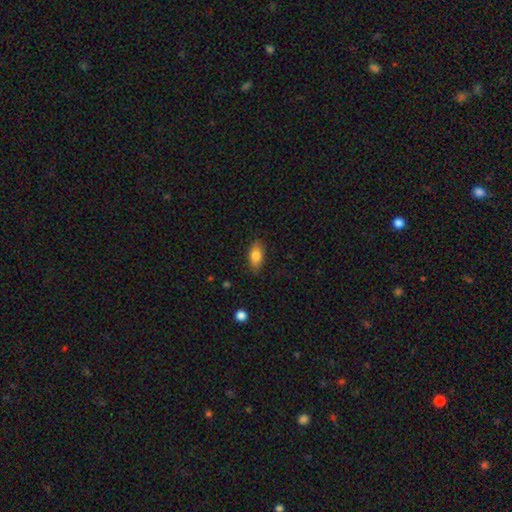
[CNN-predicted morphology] A smooth galaxy with no disk features (81%) that is in between round and cigar-shaped (87%). Merging: none (84%).